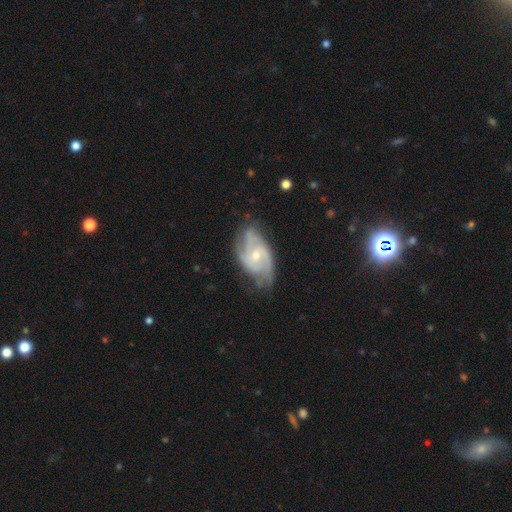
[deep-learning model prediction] The model was most divided on "spiral winding": medium: 48%, tight: 35%, loose: 18%. Remaining: edge-on disk — no (96%); spiral arms — yes (95%); smooth or featured — featured or disk (84%); merging — none (65%); bar — no (58%); bulge size — small (58%); spiral arm count — 2 (44%).